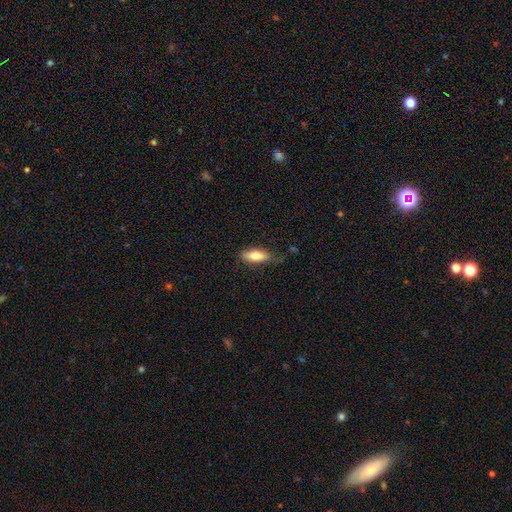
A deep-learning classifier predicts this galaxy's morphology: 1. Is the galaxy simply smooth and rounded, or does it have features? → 77% smooth, 17% featured or disk, 6% star or artifact.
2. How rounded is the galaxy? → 64% in between, 34% cigar-shaped, 2% round.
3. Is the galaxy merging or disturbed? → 68% none, 24% minor disturbance, 6% major disturbance, 2% merger.